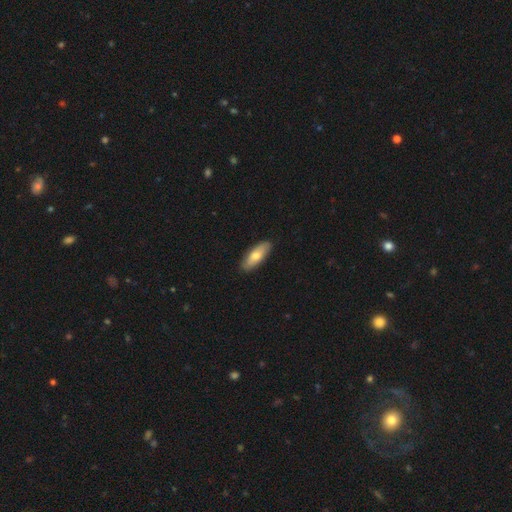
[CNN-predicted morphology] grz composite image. It shows a smooth galaxy with no disk features (70%) that is in between round and cigar-shaped (71%). Merging: none (88%).